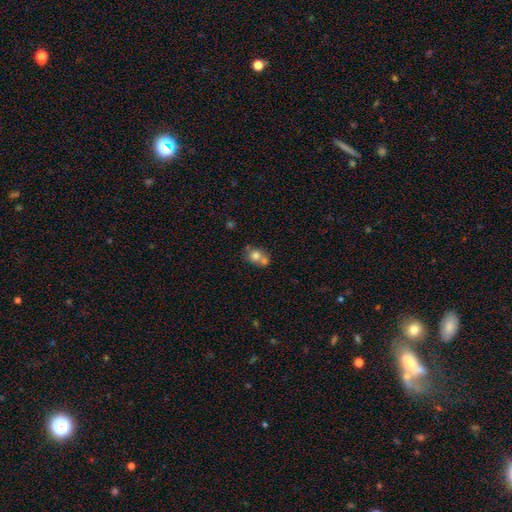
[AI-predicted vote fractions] Overall: smooth (72%). How rounded: round (68%; in between 31%). Merging: merger (52%; none 36%).